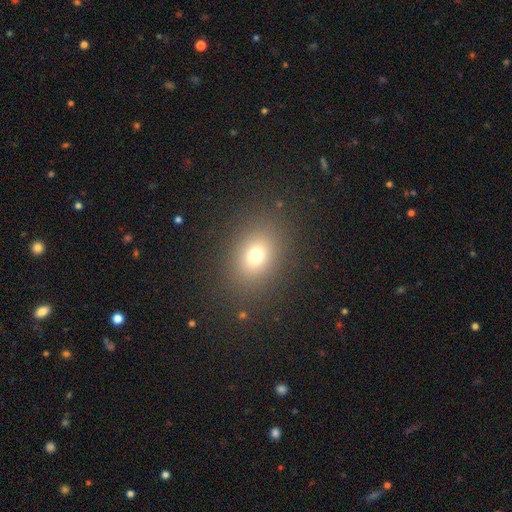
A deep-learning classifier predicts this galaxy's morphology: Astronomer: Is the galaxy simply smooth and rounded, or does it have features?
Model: smooth — 72%.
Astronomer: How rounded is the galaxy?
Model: in between — 57% (runner-up: round, 41%).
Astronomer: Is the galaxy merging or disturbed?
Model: none — 86%.